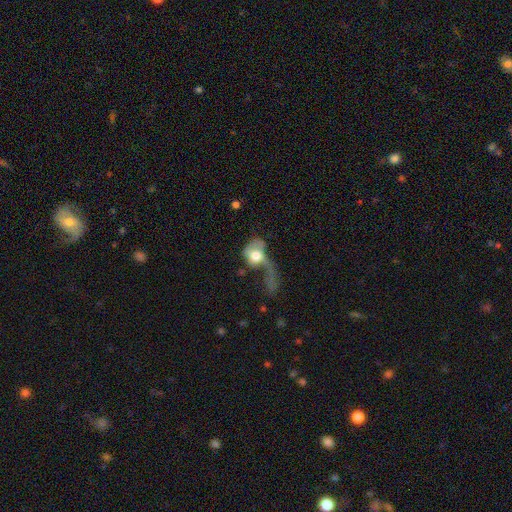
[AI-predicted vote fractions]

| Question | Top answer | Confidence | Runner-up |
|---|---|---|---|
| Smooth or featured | smooth | 50% | featured or disk (42%) |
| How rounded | in between | 57% | round (41%) |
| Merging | major disturbance | 69% | merger (11%) |